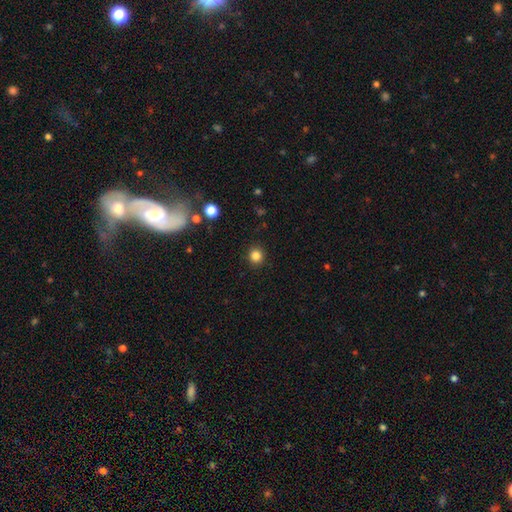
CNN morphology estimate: A smooth galaxy with no disk features (83%) that is round (91%). Merging: none (92%).